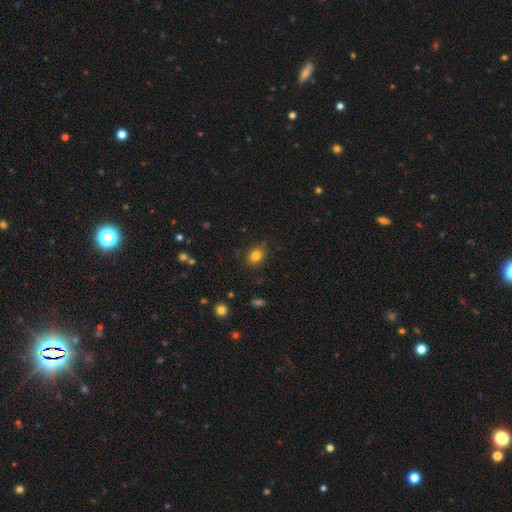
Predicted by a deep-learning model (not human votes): smooth_or_featured: smooth (p=0.82) [alt: star or artifact p=0.12]
how_rounded: round (p=0.57) [alt: in between p=0.42]
merging: none (p=0.85) [alt: minor disturbance p=0.11]